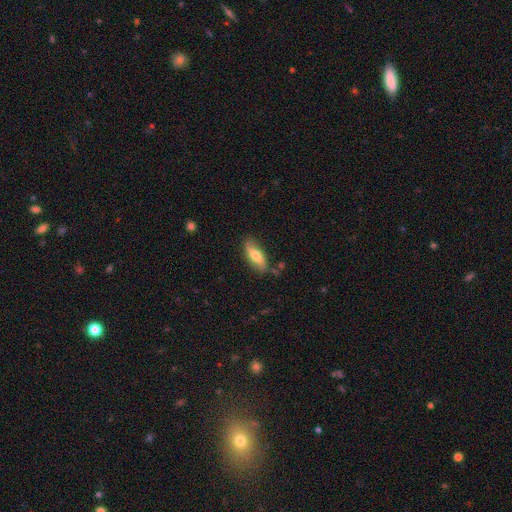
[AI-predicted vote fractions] Morphology: type=smooth (62%); roundness=in between (68%); merging=none (77%).